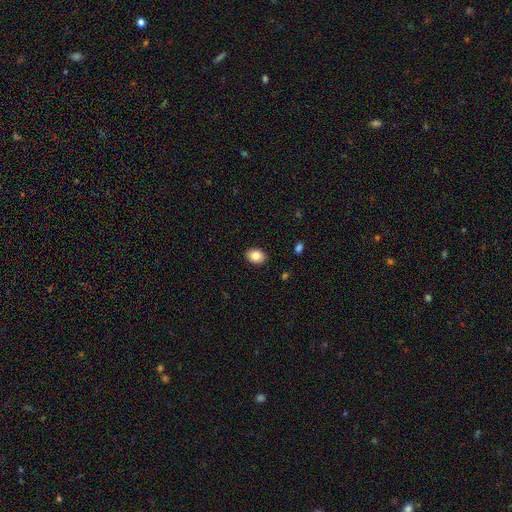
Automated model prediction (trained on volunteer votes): Overall: smooth (85%). How rounded: in between (70%). Merging: none (89%).